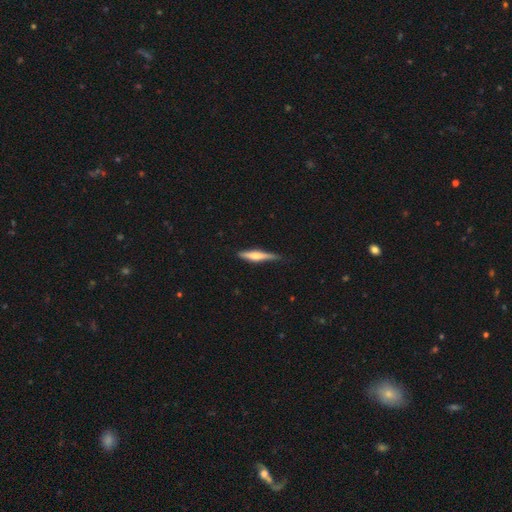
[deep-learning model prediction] A featured or disk galaxy (50%).

Vote fractions:
- Smooth or featured? featured or disk: 50% / smooth: 45% / star or artifact: 6%
- Merging? none: 73% / minor disturbance: 22% / major disturbance: 4% / merger: 2%